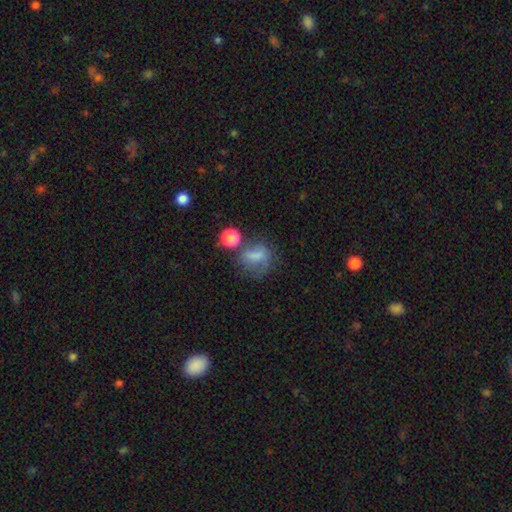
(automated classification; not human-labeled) Overall: smooth (63%). How rounded: round (52%; in between 46%). Merging: none (35%; major disturbance 26%).